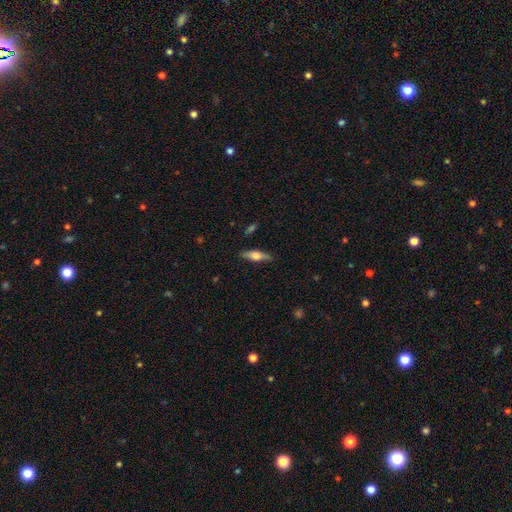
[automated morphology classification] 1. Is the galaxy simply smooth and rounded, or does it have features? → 52% smooth, 41% featured or disk, 7% star or artifact.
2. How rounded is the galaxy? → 54% cigar-shaped, 43% in between, 3% round.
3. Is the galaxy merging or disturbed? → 83% none, 13% minor disturbance, 3% major disturbance, 1% merger.